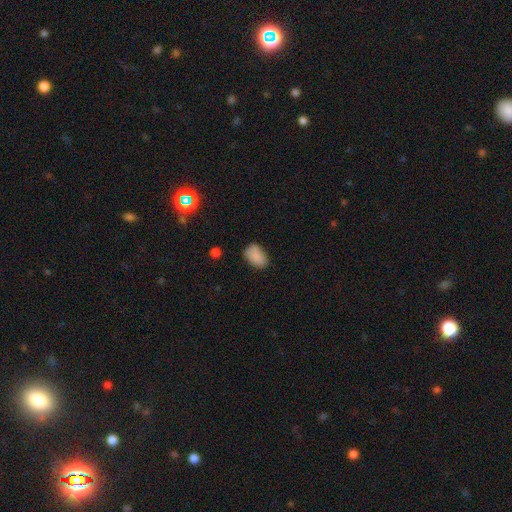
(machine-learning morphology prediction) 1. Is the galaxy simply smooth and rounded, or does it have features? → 85% smooth, 9% star or artifact, 6% featured or disk.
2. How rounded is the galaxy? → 88% in between, 10% round, 1% cigar-shaped.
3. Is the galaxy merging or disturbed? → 69% none, 24% minor disturbance, 5% major disturbance, 3% merger.